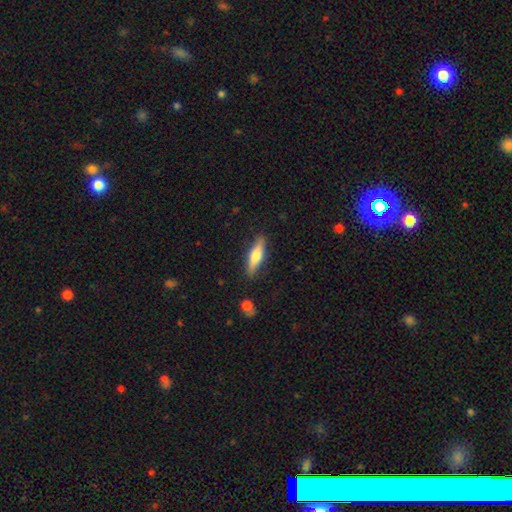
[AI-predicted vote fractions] Overall: smooth (58%; featured or disk 36%). How rounded: cigar-shaped (68%; in between 30%). Merging: none (86%).